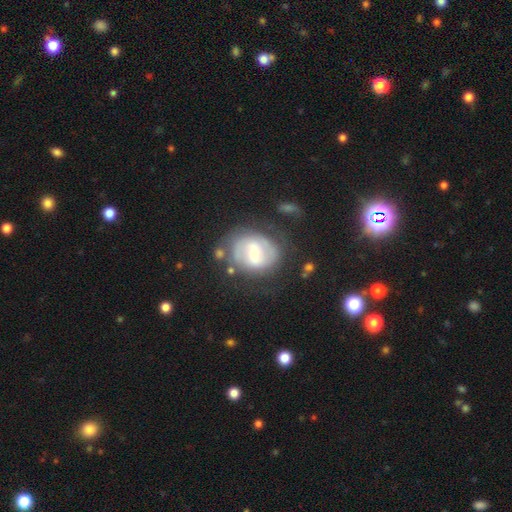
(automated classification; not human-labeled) Smooth or featured? featured or disk (65%)
Edge-on disk? no (95%)
Bar? weak (45%)
Spiral arms? yes (59%)
Bulge size? moderate (59%)
Merging? none (65%)